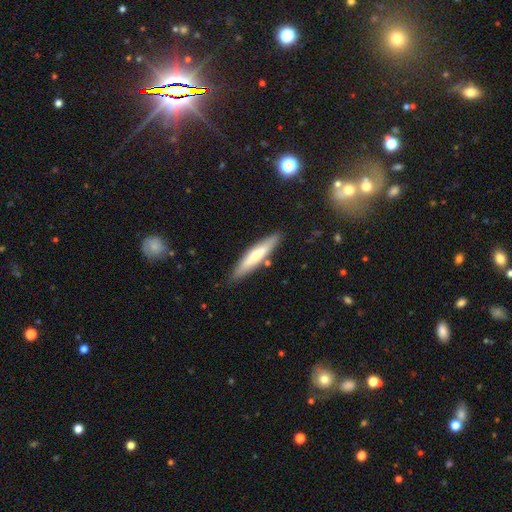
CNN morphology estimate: This is possibly a smooth galaxy (53%). How rounded: clearly cigar-shaped (84%). Merging: clearly none (83%).